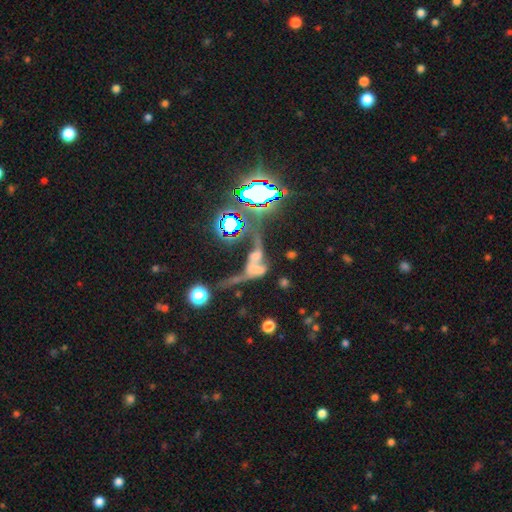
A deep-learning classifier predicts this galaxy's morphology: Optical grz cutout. It shows a featured or disk galaxy (42%). Merging: merger (63%).